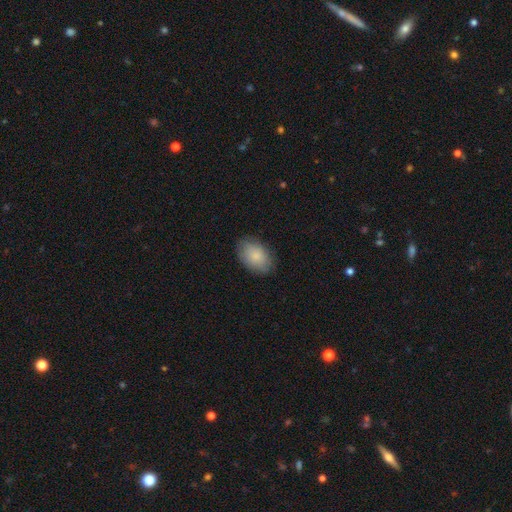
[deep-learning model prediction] Smooth or featured? Predicted: smooth (p=0.84). How rounded? Predicted: in between (p=0.87). Merging? Predicted: none (p=0.83).